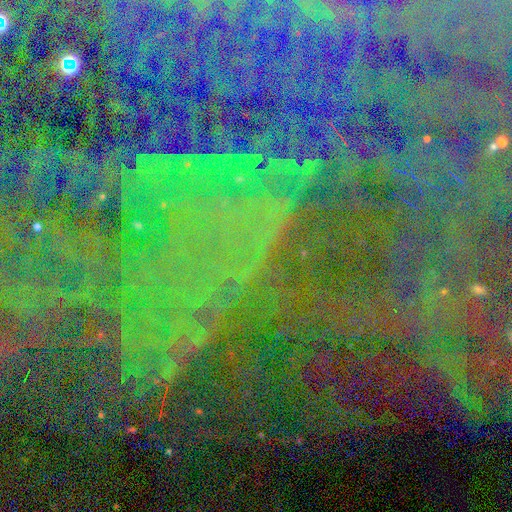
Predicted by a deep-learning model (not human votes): Overall: star or artifact (85%).